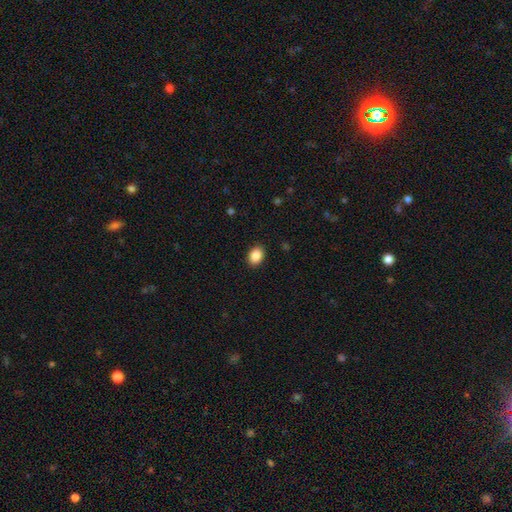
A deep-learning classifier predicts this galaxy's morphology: Smooth or featured? Predicted: smooth (p=0.87). How rounded? Predicted: in between (p=0.71). Merging? Predicted: none (p=0.90).